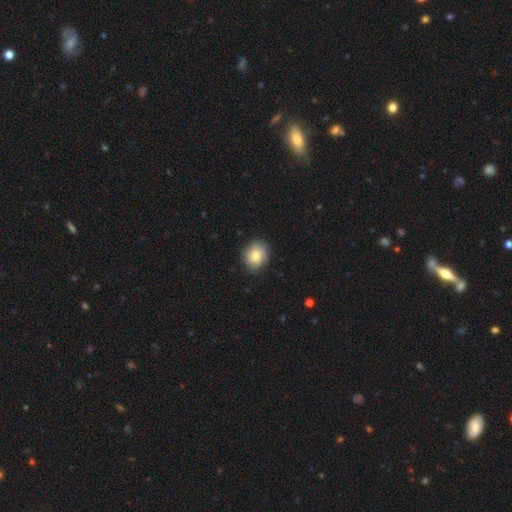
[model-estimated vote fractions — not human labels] smooth-or-featured: smooth: 80% | featured or disk: 13% | star or artifact: 8%
  how-rounded: round: 70% | in between: 29% | cigar-shaped: 1%
  merging: none: 82% | minor disturbance: 14% | major disturbance: 3% | merger: 1%